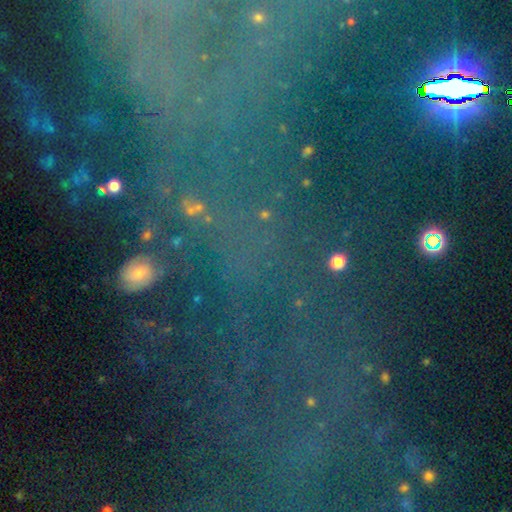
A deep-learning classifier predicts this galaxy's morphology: smooth_or_featured: star or artifact (p=0.64) [alt: smooth p=0.20]